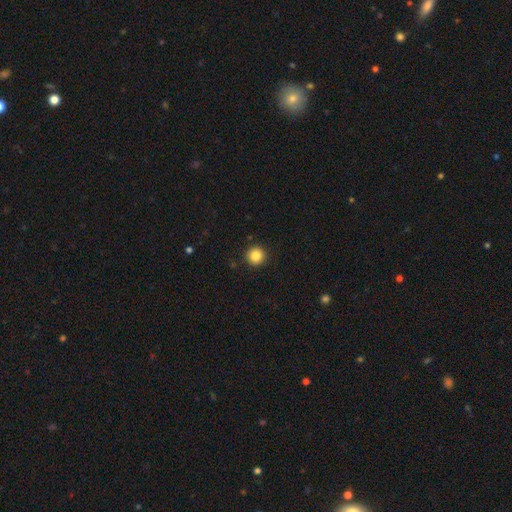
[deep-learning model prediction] This appears to be a smooth galaxy with no disk features (85%) that is round (96%). Merging: none (93%).